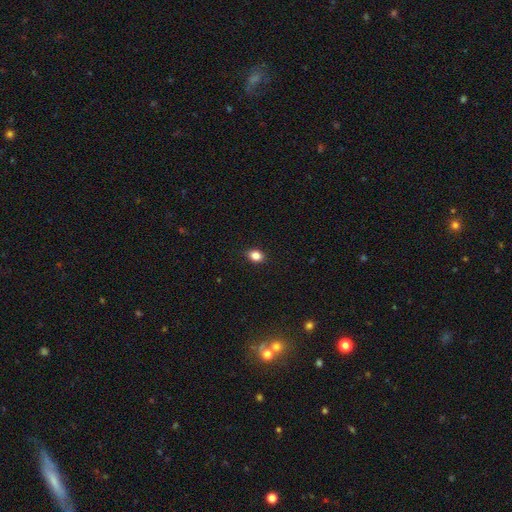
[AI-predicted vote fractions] A smooth galaxy with no disk features (85%) that is in between round and cigar-shaped (60%). Merging: none (90%).